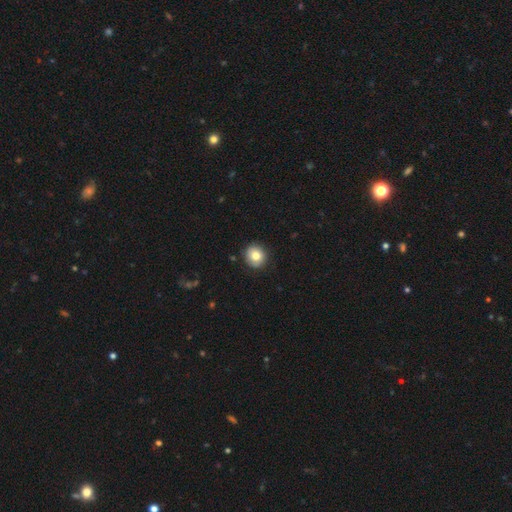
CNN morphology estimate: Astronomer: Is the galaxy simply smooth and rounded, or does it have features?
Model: smooth — 80%.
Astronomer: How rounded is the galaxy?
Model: round — 88%.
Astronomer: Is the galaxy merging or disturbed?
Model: none — 88%.